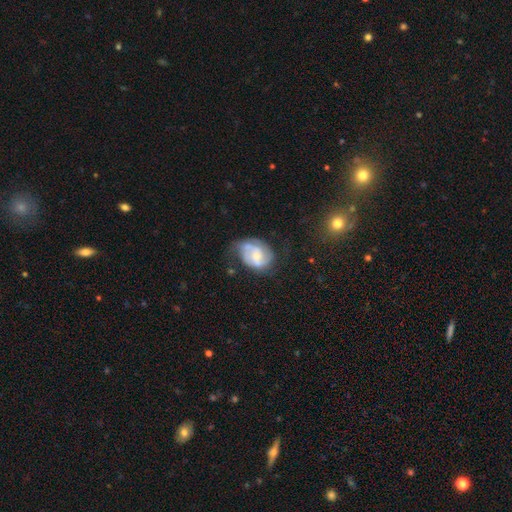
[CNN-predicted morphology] Smooth or featured? featured or disk (74%)
Edge-on disk? no (98%)
Bar? no (51%)
Spiral arms? yes (90%)
Spiral winding? medium (47%)
Spiral arm count? 2 (66%)
Bulge size? small (51%)
Merging? none (50%)